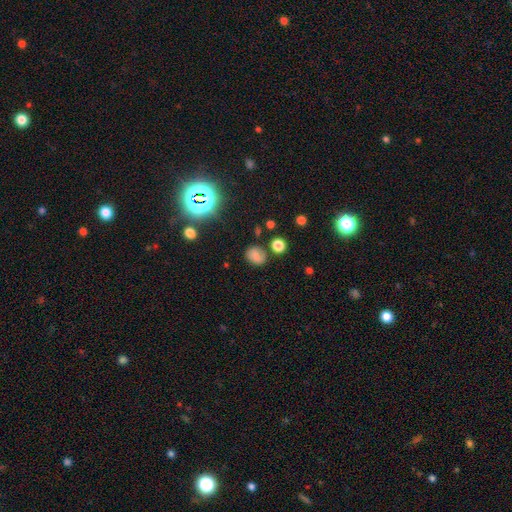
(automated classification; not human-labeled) This appears to be a smooth galaxy with no disk features (71%) that is round (51%). Merging: none (70%).